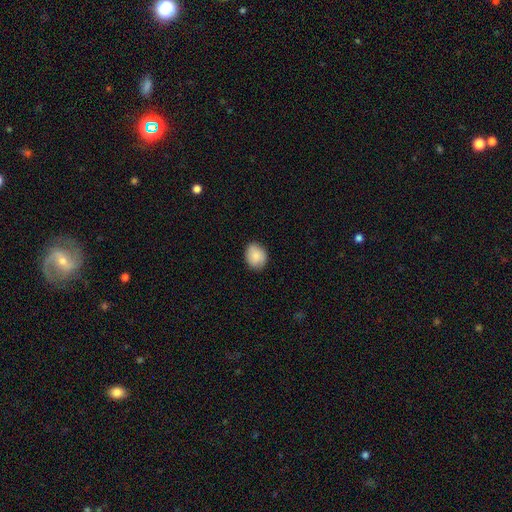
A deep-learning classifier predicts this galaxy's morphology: smooth 86%, star or artifact 7%, featured or disk 7%. Down the decision tree: how rounded — round (55%); merging — none (86%).